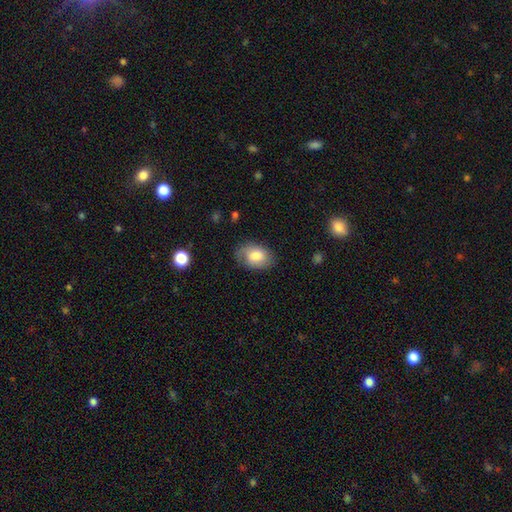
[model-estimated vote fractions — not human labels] A smooth galaxy with no disk features (75%) that is in between round and cigar-shaped (84%). Merging: none (72%).